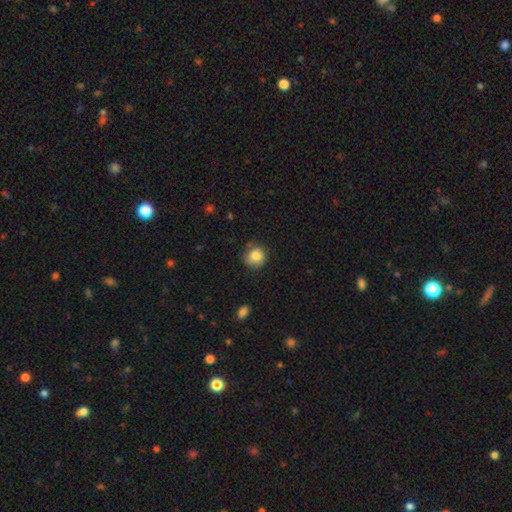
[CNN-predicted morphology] smooth-or-featured: smooth: 84% | star or artifact: 9% | featured or disk: 7%
  how-rounded: round: 86% | in between: 13% | cigar-shaped: 1%
  merging: none: 71% | minor disturbance: 22% | major disturbance: 5% | merger: 2%